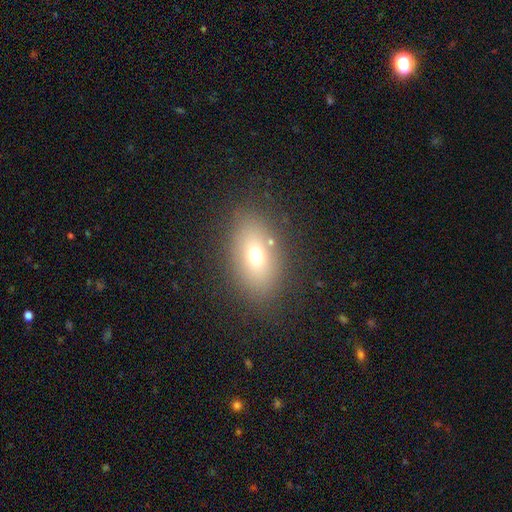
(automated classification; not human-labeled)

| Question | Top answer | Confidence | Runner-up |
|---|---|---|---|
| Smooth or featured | smooth | 68% | featured or disk (18%) |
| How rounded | in between | 82% | round (16%) |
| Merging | none | 82% | minor disturbance (10%) |